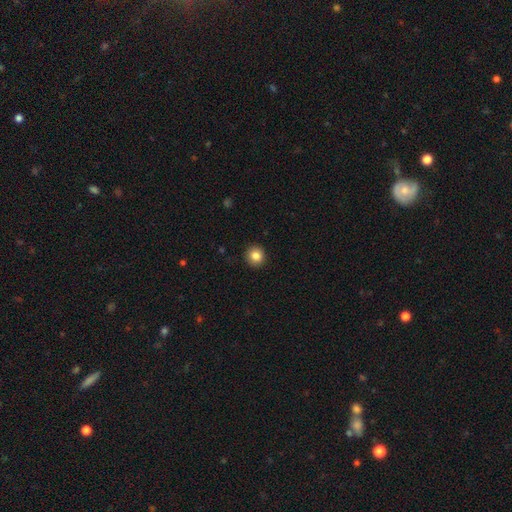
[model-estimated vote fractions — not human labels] smooth-or-featured: smooth: 85% | star or artifact: 10% | featured or disk: 5%
  how-rounded: round: 91% | in between: 8% | cigar-shaped: 1%
  merging: none: 93% | minor disturbance: 5% | major disturbance: 2% | merger: 1%